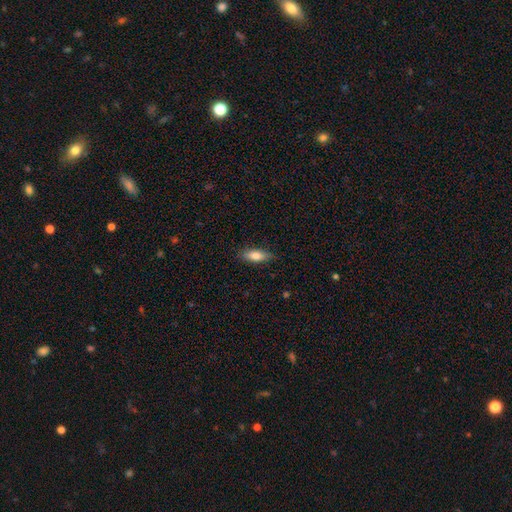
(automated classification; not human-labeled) smooth 80%, featured or disk 13%, star or artifact 7%. Down the decision tree: how rounded — in between (70%); merging — none (84%).